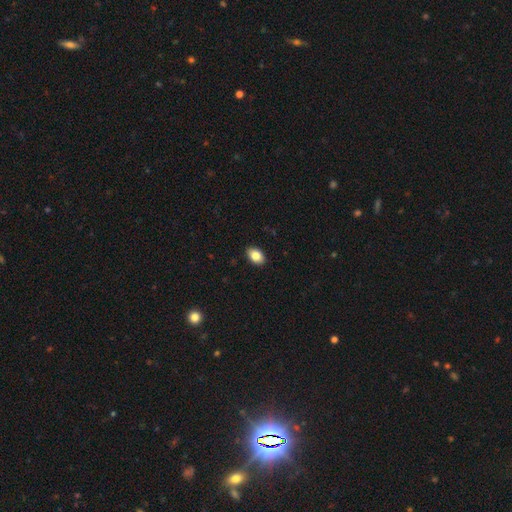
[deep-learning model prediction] Overall: smooth (85%). How rounded: in between (86%). Merging: none (90%).